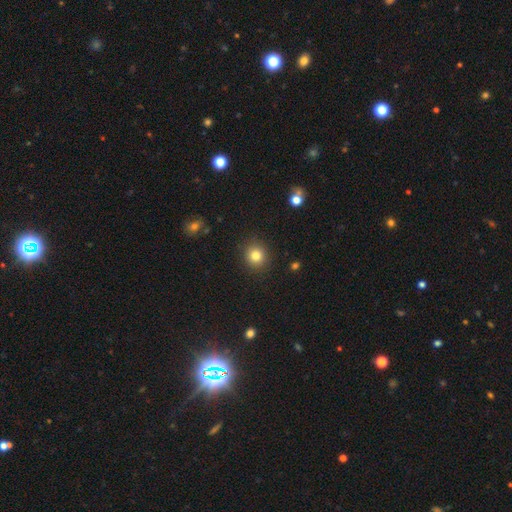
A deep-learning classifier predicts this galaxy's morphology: Smooth or featured? smooth (82%)
How rounded? round (88%)
Merging? none (90%)